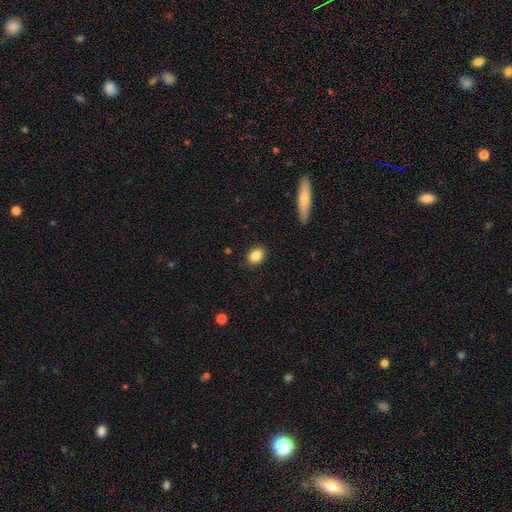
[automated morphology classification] The model was most divided on "how rounded": in between: 73%, round: 25%, cigar-shaped: 2%. More confident: merging — none (87%); smooth or featured — smooth (86%).